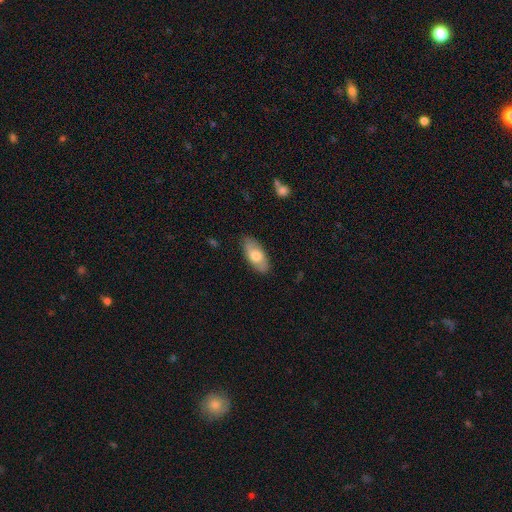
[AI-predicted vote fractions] This appears to be a smooth galaxy with no disk features (69%) that is in between round and cigar-shaped (90%). Merging: none (85%).